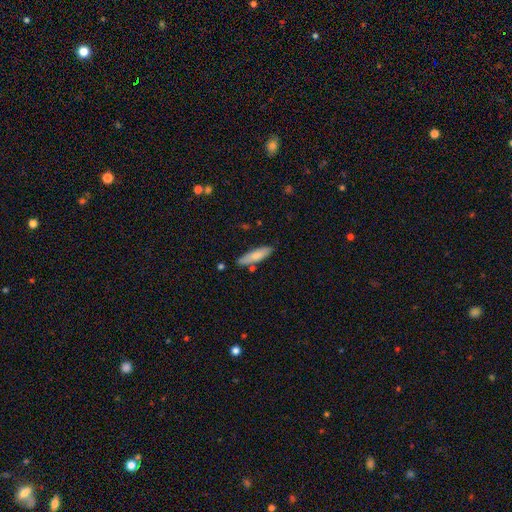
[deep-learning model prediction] Smooth or featured?
  - smooth: 78% *
  - featured or disk: 16%
  - star or artifact: 6%
How rounded?
  - cigar-shaped: 63% *
  - in between: 35%
  - round: 2%
Merging?
  - none: 81% *
  - minor disturbance: 13%
  - merger: 4%
  - major disturbance: 2%